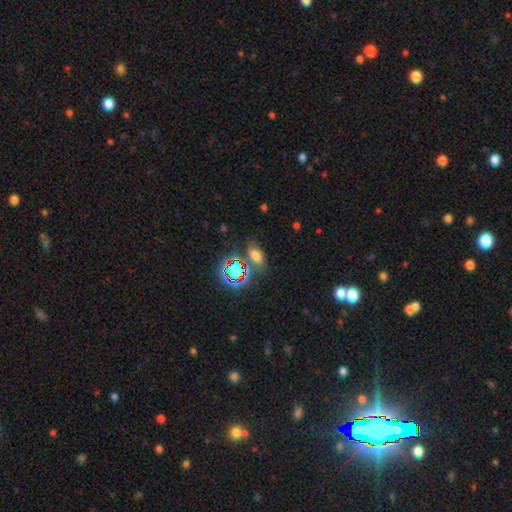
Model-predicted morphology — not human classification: A smooth galaxy with no disk features (59%) that is in between round and cigar-shaped (82%). Merging: none (70%).